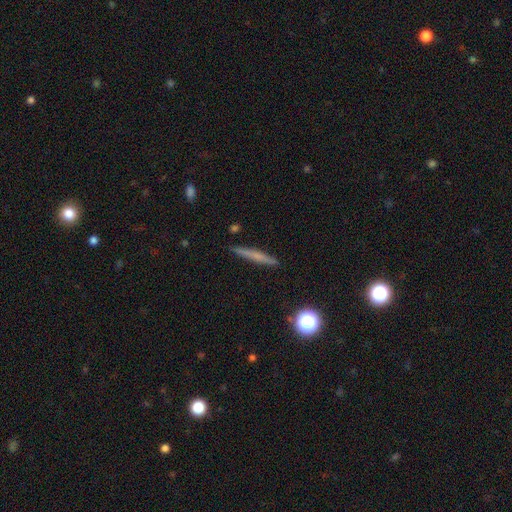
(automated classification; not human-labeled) This is possibly a smooth galaxy (51%). How rounded: clearly cigar-shaped (94%). Merging: clearly none (90%).